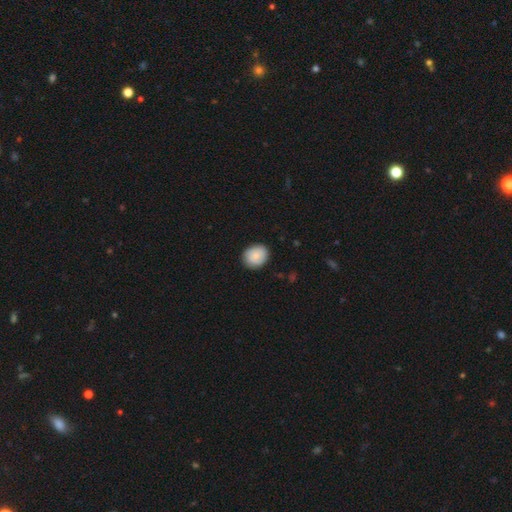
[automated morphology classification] smooth 83%, featured or disk 10%, star or artifact 7%. Down the decision tree: how rounded — round (62%); merging — none (85%).